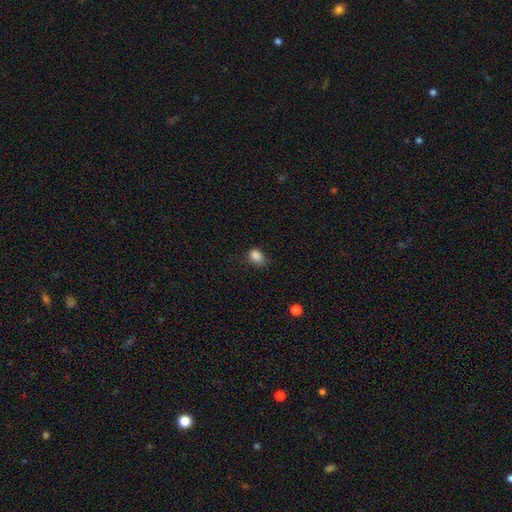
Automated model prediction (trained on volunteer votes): Smooth or featured: smooth — 85% (star or artifact — 11%)
How rounded: in between — 75% (round — 23%)
Merging: none — 58% (minor disturbance — 31%)